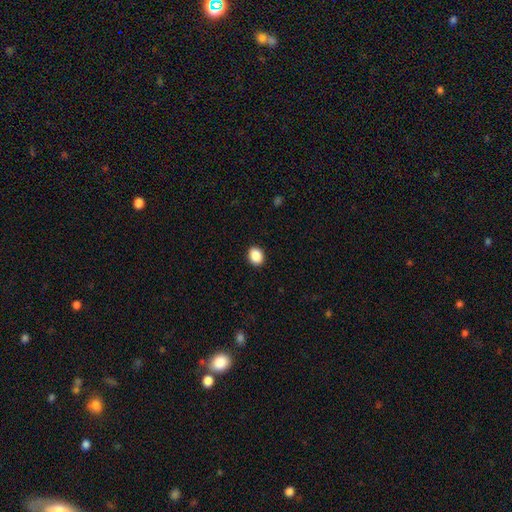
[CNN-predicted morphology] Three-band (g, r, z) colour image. It shows a smooth galaxy with no disk features (89%) that is in between round and cigar-shaped (58%). Merging: none (91%).